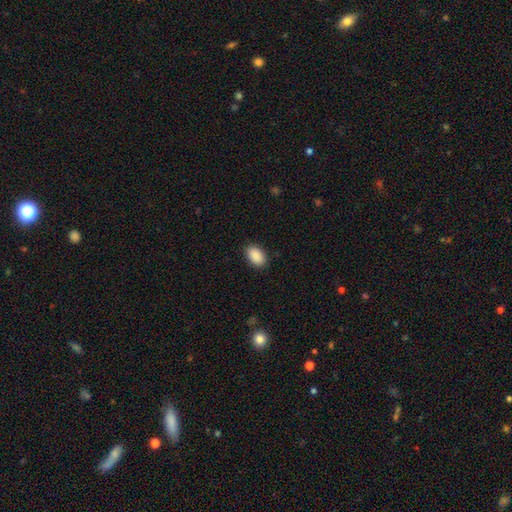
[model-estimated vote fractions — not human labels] A smooth galaxy with no disk features (91%) that is in between round and cigar-shaped (90%). Merging: none (89%).